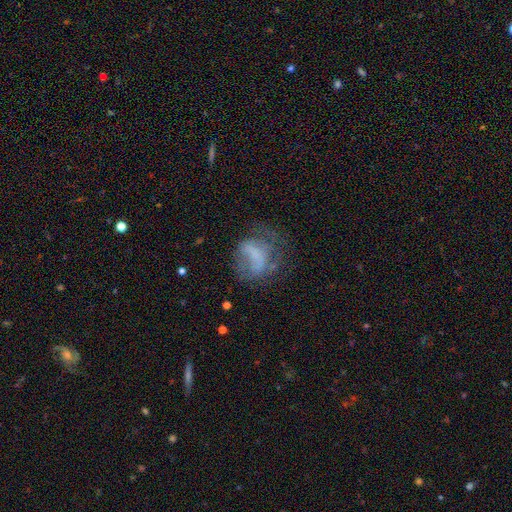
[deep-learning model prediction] The model was most divided on "merging": major disturbance: 37%, none: 36%, minor disturbance: 22%, merger: 4%. Remaining: smooth or featured — featured or disk (44%).